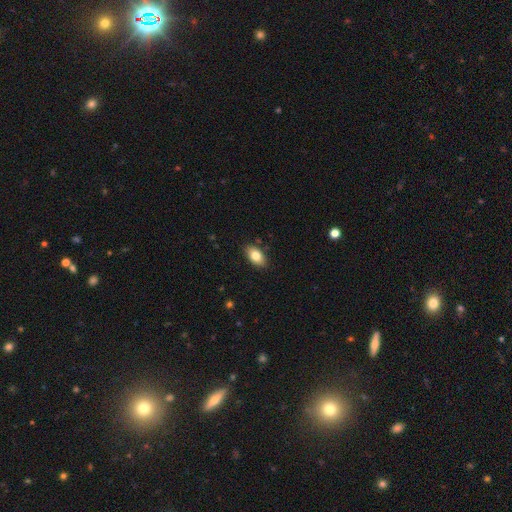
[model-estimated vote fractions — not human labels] Morphology: type=smooth (81%); roundness=in between (92%); merging=none (87%).